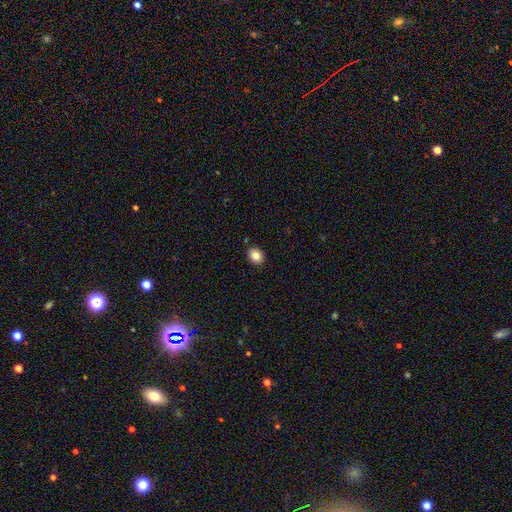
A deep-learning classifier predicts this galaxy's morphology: smooth_or_featured: smooth (p=0.84) [alt: star or artifact p=0.10]
how_rounded: round (p=0.56) [alt: in between p=0.44]
merging: none (p=0.88) [alt: minor disturbance p=0.08]